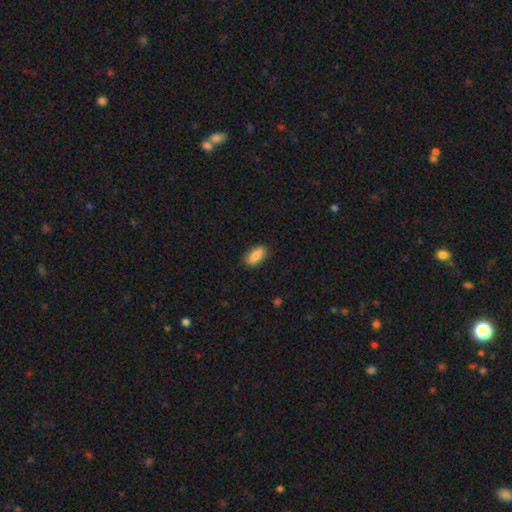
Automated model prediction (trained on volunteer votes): This appears to be a smooth galaxy with no disk features (86%) that is in between round and cigar-shaped (90%). Merging: none (86%).